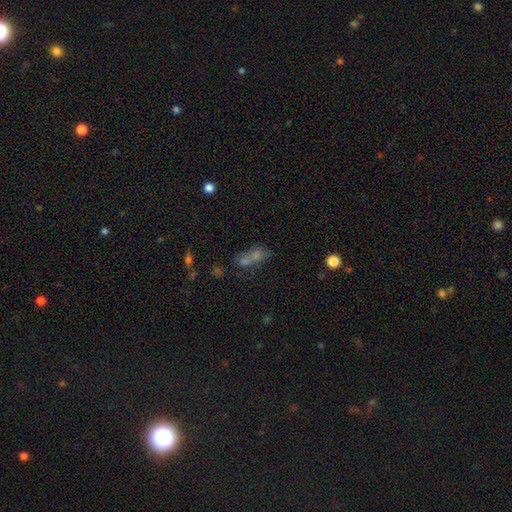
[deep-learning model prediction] Q: Smooth or featured?
A: smooth (56%); runner-up: star or artifact (24%)
Q: How rounded?
A: in between (59%); runner-up: round (22%)
Q: Merging?
A: merger (47%); runner-up: none (35%)